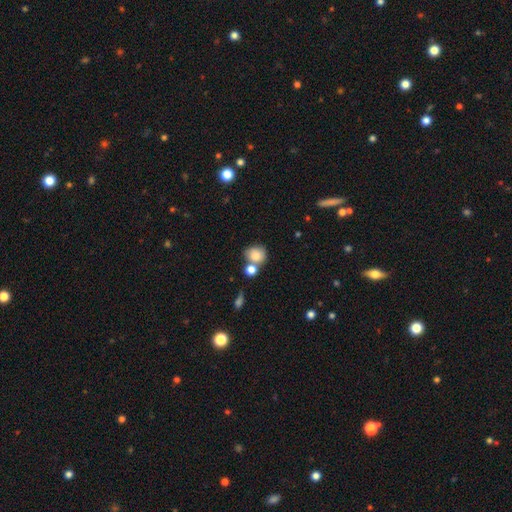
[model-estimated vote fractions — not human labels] Q: Smooth or featured?
A: smooth (80%); runner-up: featured or disk (10%)
Q: How rounded?
A: round (74%); runner-up: in between (25%)
Q: Merging?
A: none (47%); runner-up: merger (34%)